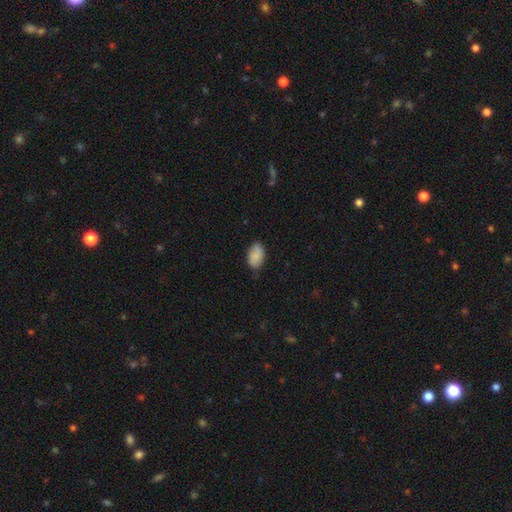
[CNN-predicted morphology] Smooth or featured: smooth — 86% (featured or disk — 8%)
How rounded: in between — 92% (round — 7%)
Merging: none — 81% (minor disturbance — 15%)